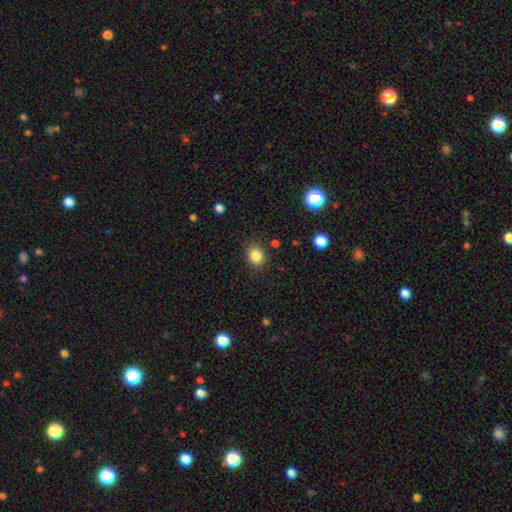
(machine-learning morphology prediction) Smooth or featured? Predicted: smooth (p=0.84). How rounded? Predicted: round (p=0.66). Merging? Predicted: none (p=0.85).